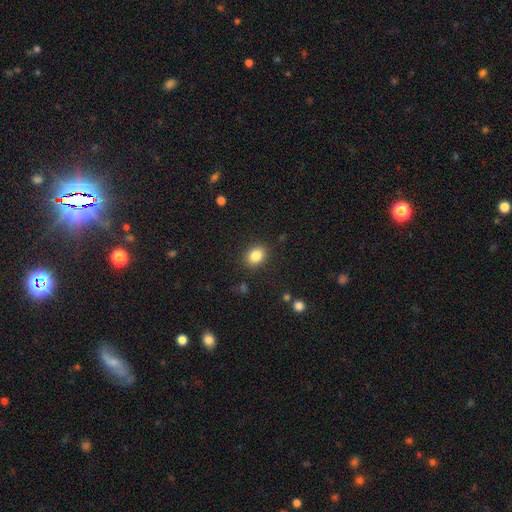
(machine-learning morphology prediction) Smooth or featured? smooth (85%)
How rounded? in between (54%)
Merging? none (87%)